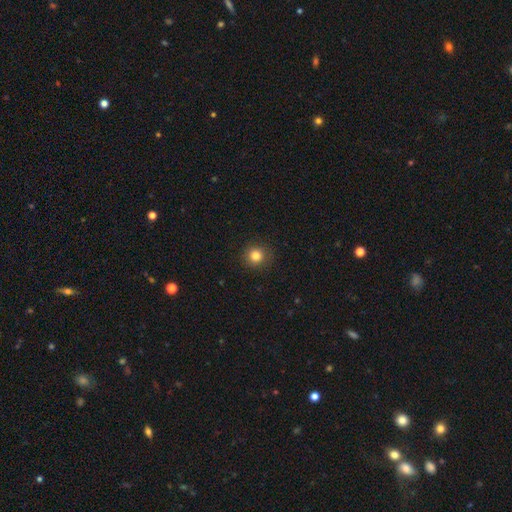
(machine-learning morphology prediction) A smooth galaxy with no disk features (83%) that is round (93%).

Vote fractions:
- Smooth or featured? smooth: 83% / star or artifact: 12% / featured or disk: 5%
- How rounded? round: 93% / in between: 7% / cigar-shaped: 1%
- Merging? none: 90% / minor disturbance: 6% / major disturbance: 2% / merger: 1%